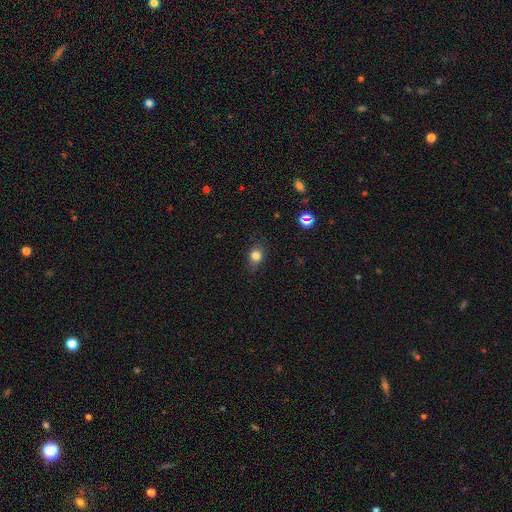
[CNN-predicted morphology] The model was most divided on "how rounded": round: 52%, in between: 46%, cigar-shaped: 2%. More confident: smooth or featured — smooth (80%); merging — none (79%).